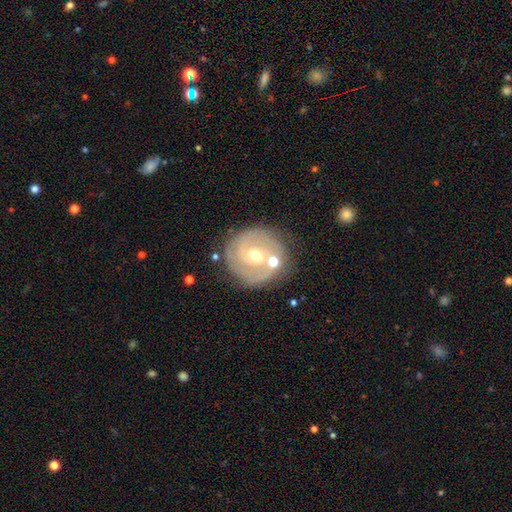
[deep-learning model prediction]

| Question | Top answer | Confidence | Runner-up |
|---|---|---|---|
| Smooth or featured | featured or disk | 77% | smooth (16%) |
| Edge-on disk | no | 97% | yes (3%) |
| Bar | no | 60% | weak (31%) |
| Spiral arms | yes | 88% | no (12%) |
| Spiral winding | tight | 66% | medium (26%) |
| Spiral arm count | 2 | 49% | can't tell (23%) |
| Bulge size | moderate | 53% | small (43%) |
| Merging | none | 70% | minor disturbance (15%) |